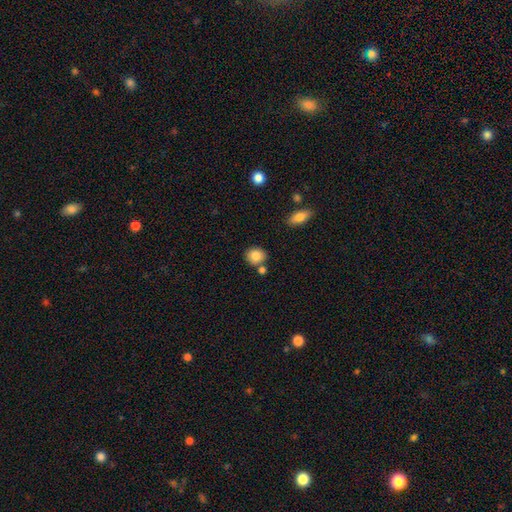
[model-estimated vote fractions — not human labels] Smooth or featured?
  - smooth: 85% *
  - star or artifact: 8%
  - featured or disk: 7%
How rounded?
  - round: 73% *
  - in between: 25%
  - cigar-shaped: 1%
Merging?
  - none: 72% *
  - merger: 14%
  - minor disturbance: 11%
  - major disturbance: 3%